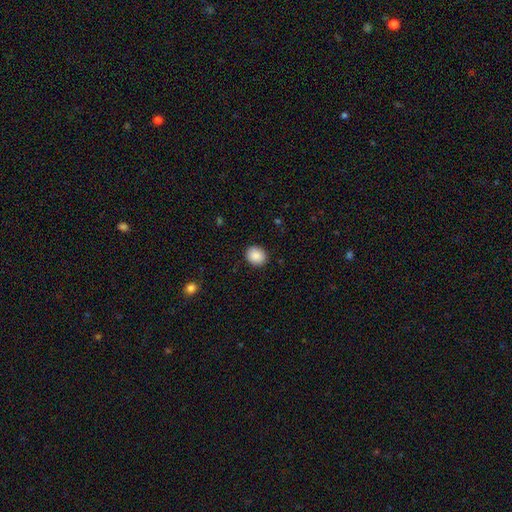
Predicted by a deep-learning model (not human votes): Smooth or featured? smooth (89%)
How rounded? round (65%)
Merging? none (89%)